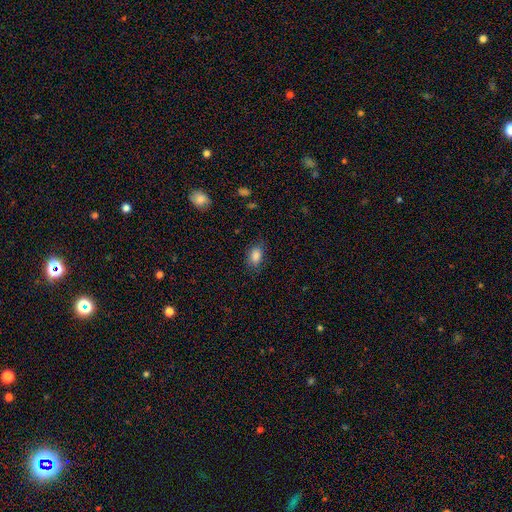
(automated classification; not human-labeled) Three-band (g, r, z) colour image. It shows a smooth galaxy with no disk features (85%) that is in between round and cigar-shaped (83%). Merging: none (78%).